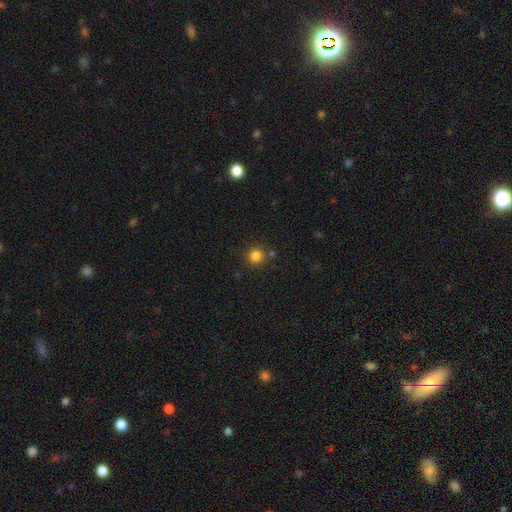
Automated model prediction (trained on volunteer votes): The model was most divided on "smooth or featured": smooth: 82%, star or artifact: 14%, featured or disk: 4%. More confident: how rounded — round (94%); merging — none (85%).